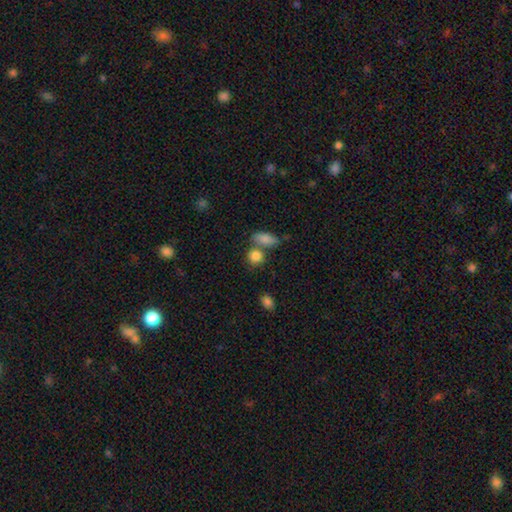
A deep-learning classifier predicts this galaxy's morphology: This is clearly a smooth galaxy (85%). How rounded: likely round (72%). Merging: possibly none (57%).